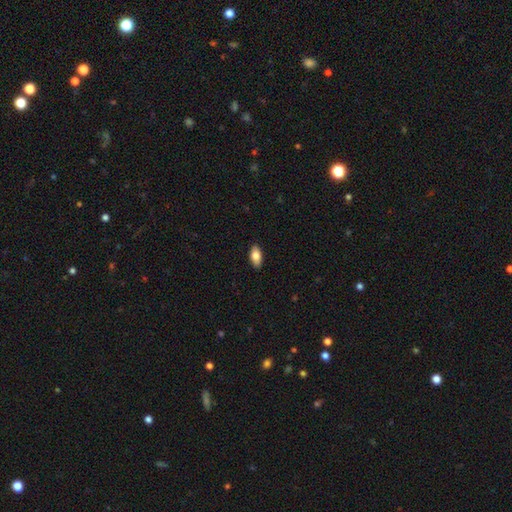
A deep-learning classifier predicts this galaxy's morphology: The model was most divided on "smooth or featured": smooth: 81%, featured or disk: 13%, star or artifact: 6%. More confident: how rounded — in between (90%); merging — none (89%).